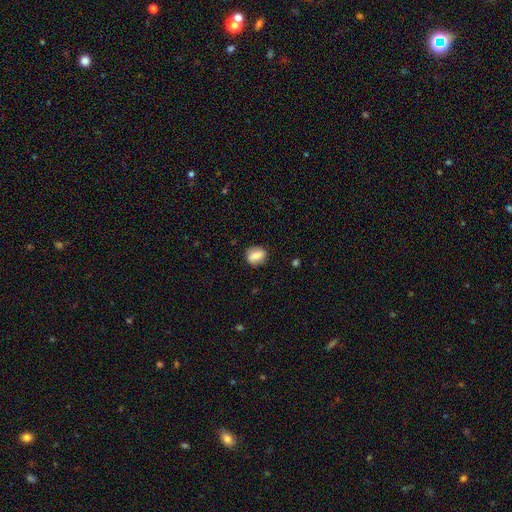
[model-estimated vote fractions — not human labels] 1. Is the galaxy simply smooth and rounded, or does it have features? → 71% smooth, 21% featured or disk, 8% star or artifact.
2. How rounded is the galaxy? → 51% in between, 46% round, 3% cigar-shaped.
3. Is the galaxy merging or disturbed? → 83% none, 12% minor disturbance, 3% major disturbance, 1% merger.